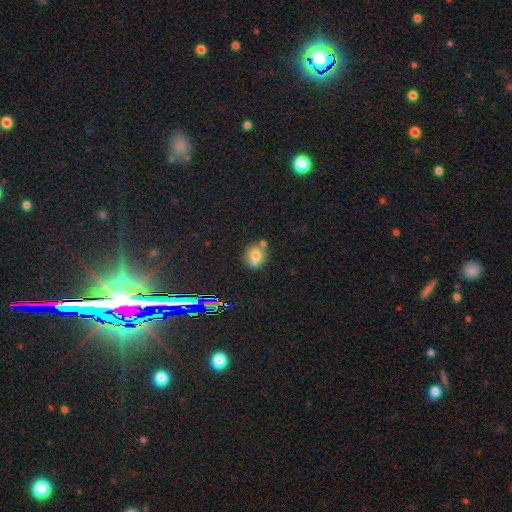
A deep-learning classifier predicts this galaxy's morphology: type=smooth (66%); roundness=round (80%); merging=none (57%).